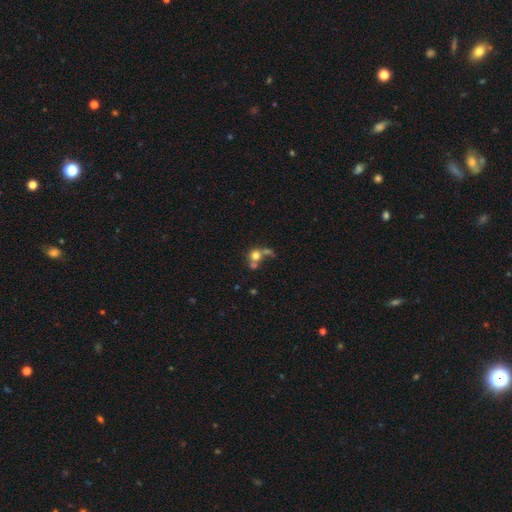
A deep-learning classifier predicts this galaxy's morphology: This is likely a smooth galaxy (70%). How rounded: clearly round (82%). Merging: possibly merger (46%).